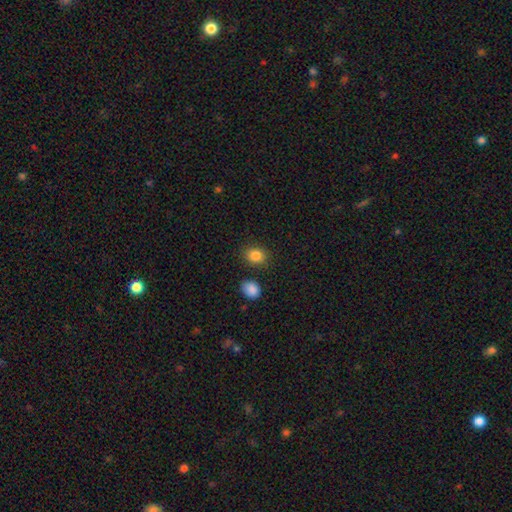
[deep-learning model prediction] A smooth galaxy with no disk features (86%) that is round (51%).

Vote fractions:
- Smooth or featured? smooth: 86% / star or artifact: 10% / featured or disk: 5%
- How rounded? round: 51% / in between: 48% / cigar-shaped: 1%
- Merging? none: 81% / minor disturbance: 11% / merger: 5% / major disturbance: 3%